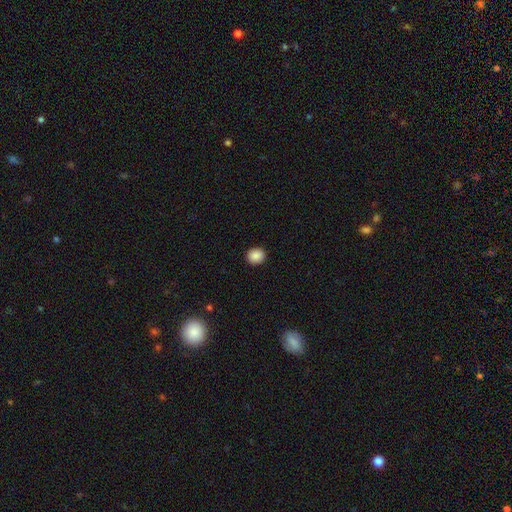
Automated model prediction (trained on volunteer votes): Smooth or featured?
  - smooth: 89% *
  - star or artifact: 9%
  - featured or disk: 3%
How rounded?
  - round: 79% *
  - in between: 20%
  - cigar-shaped: 1%
Merging?
  - none: 92% *
  - minor disturbance: 6%
  - major disturbance: 2%
  - merger: 1%